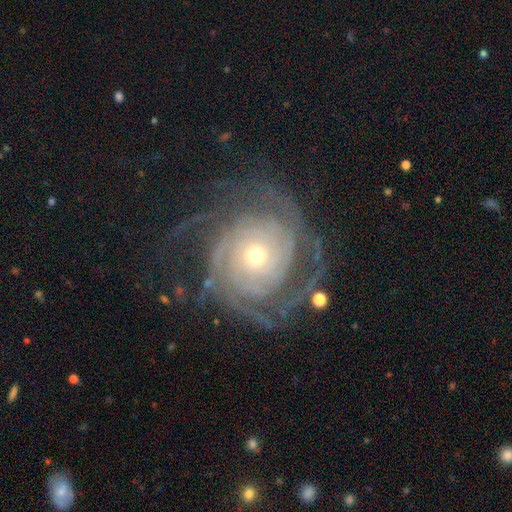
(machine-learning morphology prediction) A featured or disk galaxy (89%) with no bar (81%), tight (75%) spiral arms (97%) and a small central bulge (56%).

Vote fractions:
- Smooth or featured? featured or disk: 89% / star or artifact: 6% / smooth: 5%
- Edge-on disk? no: 97% / yes: 3%
- Bar? no: 81% / weak: 14% / strong: 6%
- Spiral arms? yes: 97% / no: 3%
- Spiral winding? tight: 75% / medium: 20% / loose: 5%
- Spiral arm count? can't tell: 25% / 3: 20% / 4: 19% / 2: 17% / more than 4: 12% / 1: 8%
- Bulge size? small: 56% / moderate: 39% / large: 3% / dominant: 1% / none: 1%
- Merging? none: 70% / minor disturbance: 15% / major disturbance: 13% / merger: 2%